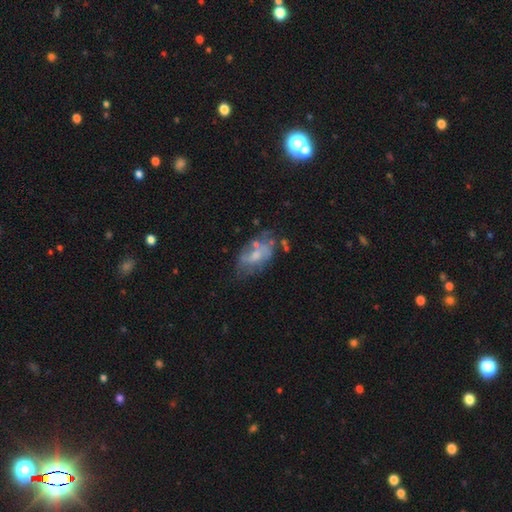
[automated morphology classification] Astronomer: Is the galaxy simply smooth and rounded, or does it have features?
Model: featured or disk — 54% (runner-up: smooth, 30%).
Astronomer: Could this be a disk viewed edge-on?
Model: no — 93%.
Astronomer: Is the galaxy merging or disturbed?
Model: none — 52%.